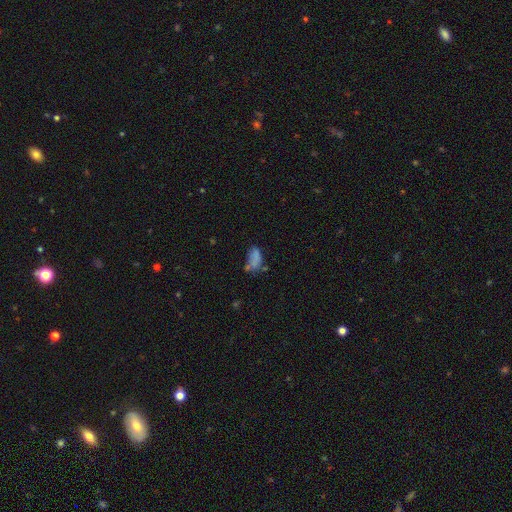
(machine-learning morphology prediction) The model was most divided on "merging": none: 41%, minor disturbance: 24%, major disturbance: 19%, merger: 17%. More confident: how rounded — in between (85%); smooth or featured — smooth (65%).